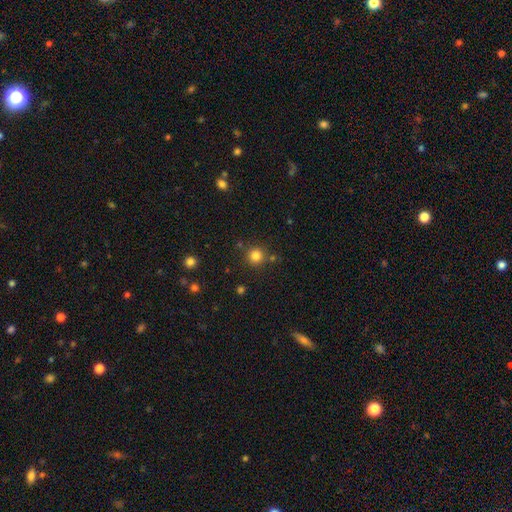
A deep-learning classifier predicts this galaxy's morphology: A smooth galaxy with no disk features (82%) that is round (94%). Merging: none (82%).